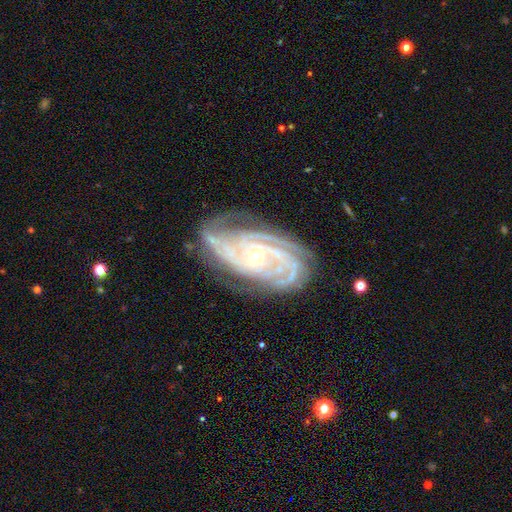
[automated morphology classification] type=featured or disk (91%); edge-on=no (96%); bar=no (67%); spiral arms=yes (98%); winding=tight (68%); arm count=3 (27%); bulge=small (81%); merging=none (72%).